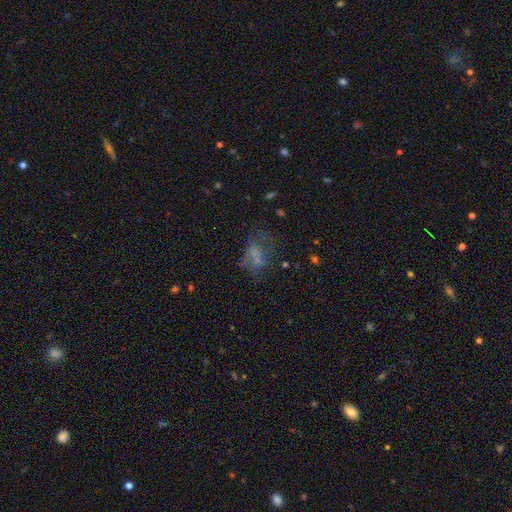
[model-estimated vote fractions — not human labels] smooth_or_featured: smooth (p=0.46) [alt: featured or disk p=0.34]
merging: none (p=0.38) [alt: major disturbance p=0.31]